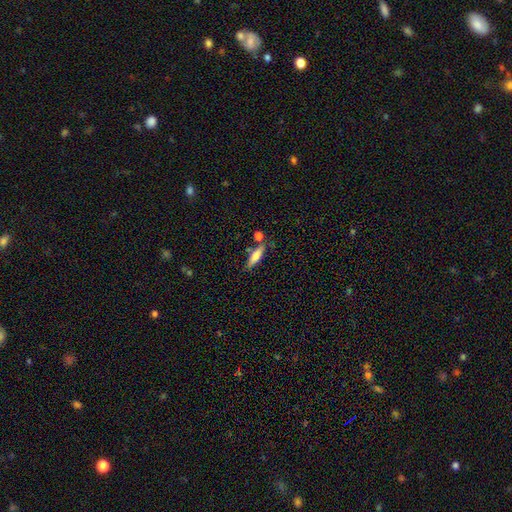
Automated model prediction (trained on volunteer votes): Smooth or featured? Predicted: smooth (p=0.65). How rounded? Predicted: cigar-shaped (p=0.66). Merging? Predicted: none (p=0.70).